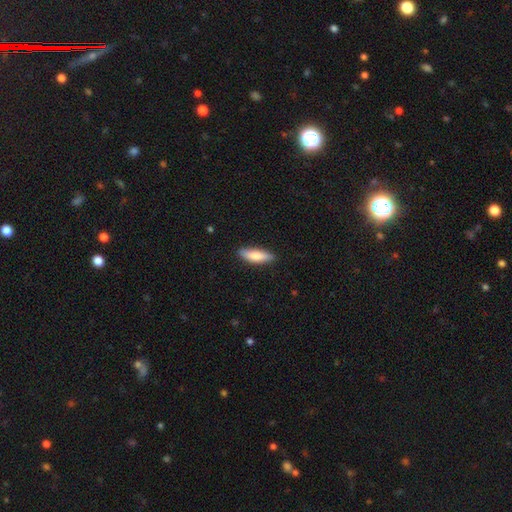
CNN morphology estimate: smooth_or_featured: smooth (p=0.76) [alt: featured or disk p=0.18]
how_rounded: cigar-shaped (p=0.52) [alt: in between p=0.46]
merging: none (p=0.86) [alt: minor disturbance p=0.11]